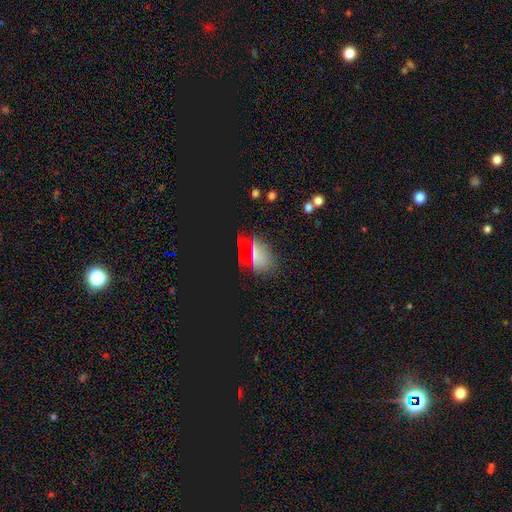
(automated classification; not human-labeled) A star or artifact, not a galaxy (49%).

Vote fractions:
- Smooth or featured? star or artifact: 49% / smooth: 37% / featured or disk: 14%